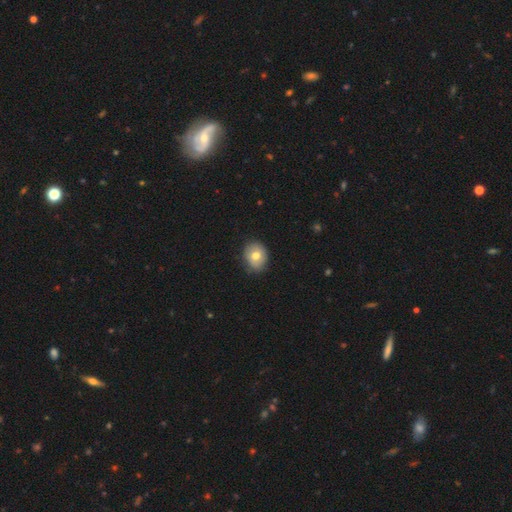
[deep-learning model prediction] Q: Smooth or featured?
A: smooth (73%); runner-up: featured or disk (19%)
Q: How rounded?
A: round (56%); runner-up: in between (43%)
Q: Merging?
A: none (81%); runner-up: minor disturbance (16%)